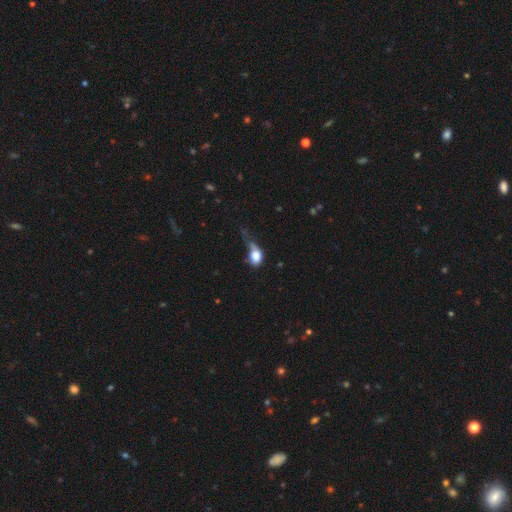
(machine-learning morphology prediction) A smooth galaxy with no disk features (74%) that is in between round and cigar-shaped (60%). Merging: major disturbance (43%).